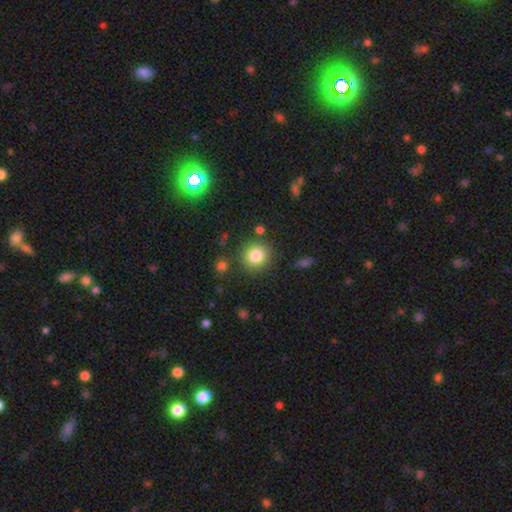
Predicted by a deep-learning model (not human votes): Q: Smooth or featured?
A: smooth (83%); runner-up: star or artifact (10%)
Q: How rounded?
A: round (89%); runner-up: in between (10%)
Q: Merging?
A: none (84%); runner-up: minor disturbance (8%)